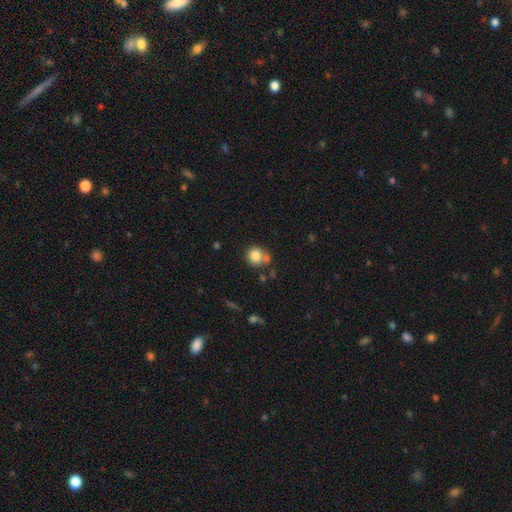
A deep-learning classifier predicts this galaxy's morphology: smooth-or-featured: smooth: 81% | star or artifact: 10% | featured or disk: 9%
  how-rounded: round: 85% | in between: 14% | cigar-shaped: 1%
  merging: none: 59% | merger: 22% | minor disturbance: 15% | major disturbance: 5%